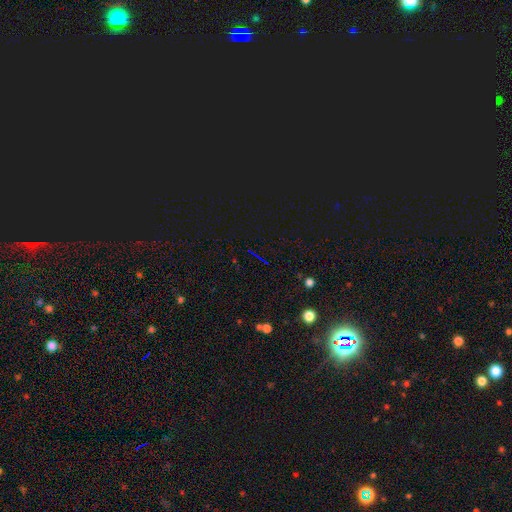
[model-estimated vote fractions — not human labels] This is likely a star or artifact rather than a galaxy (73%).